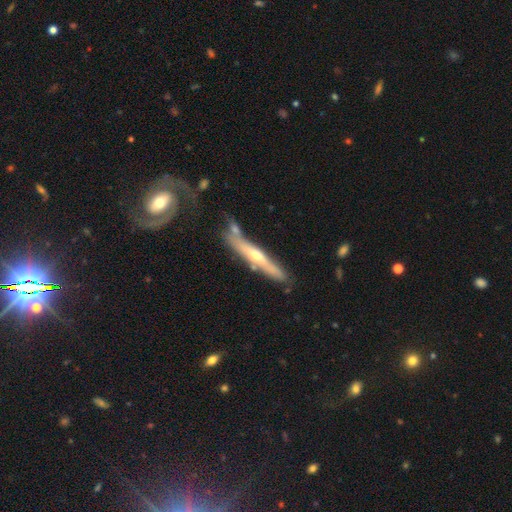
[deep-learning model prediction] A featured or disk galaxy (61%) viewed edge-on (90%) with a rounded central bulge (77%).

Vote fractions:
- Smooth or featured? featured or disk: 61% / smooth: 33% / star or artifact: 6%
- Edge-on disk? yes: 90% / no: 10%
- Edge-on bulge? rounded: 77% / none: 18% / boxy: 5%
- Merging? none: 66% / minor disturbance: 18% / merger: 12% / major disturbance: 5%